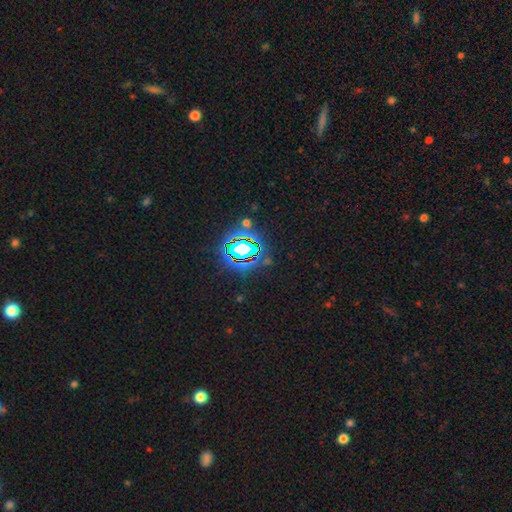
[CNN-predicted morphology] Overall: star or artifact (82%).